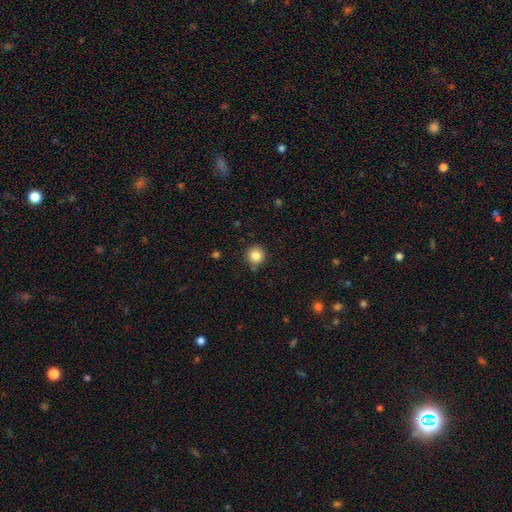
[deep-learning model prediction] Q: Smooth or featured?
A: smooth (84%); runner-up: star or artifact (11%)
Q: How rounded?
A: round (94%); runner-up: in between (5%)
Q: Merging?
A: none (84%); runner-up: minor disturbance (10%)